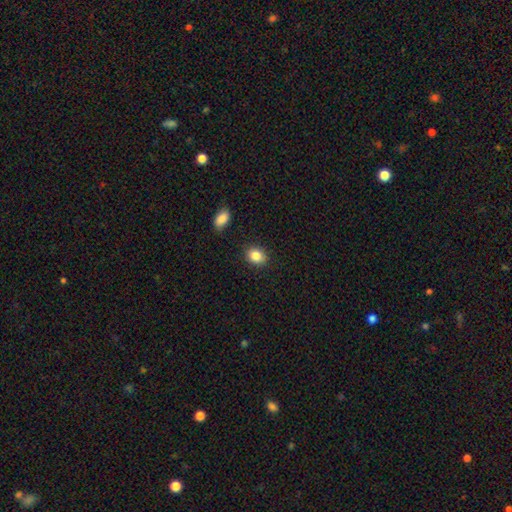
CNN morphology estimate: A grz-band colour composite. It shows a smooth galaxy with no disk features (86%) that is round (50%). Merging: none (86%).